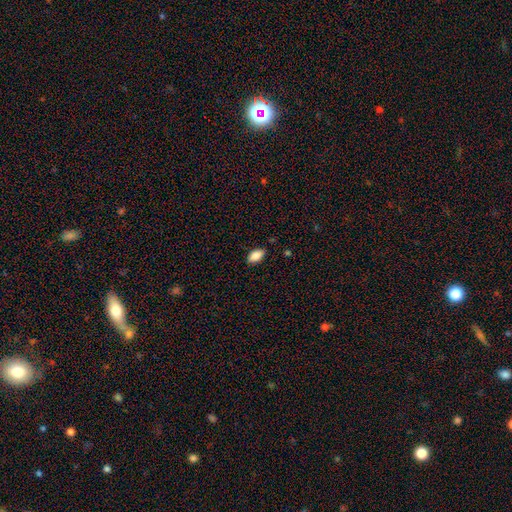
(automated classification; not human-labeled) Smooth or featured? Predicted: smooth (p=0.87). How rounded? Predicted: in between (p=0.93). Merging? Predicted: none (p=0.87).